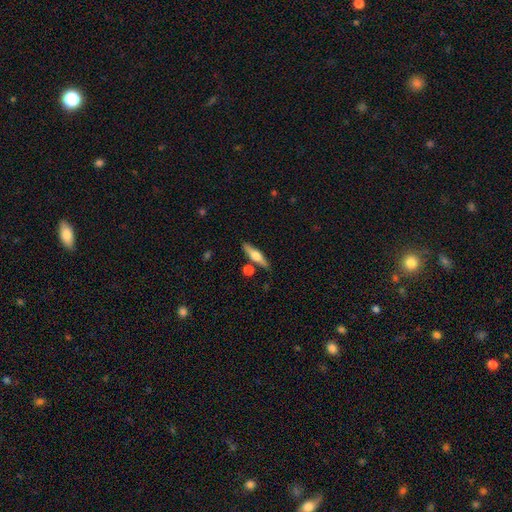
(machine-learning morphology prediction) A featured or disk galaxy (51%) viewed edge-on (94%). Merging: none (80%).